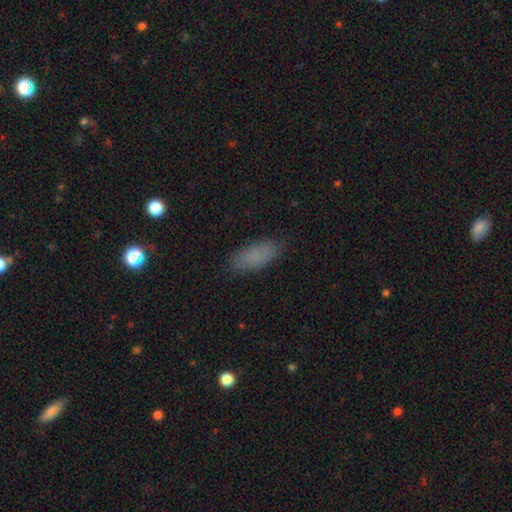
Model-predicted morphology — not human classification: Smooth or featured: smooth — 84% (star or artifact — 9%)
How rounded: in between — 76% (cigar-shaped — 22%)
Merging: none — 85% (minor disturbance — 11%)